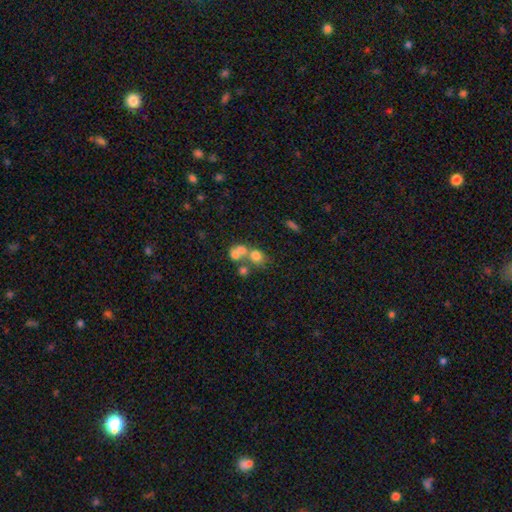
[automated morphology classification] Smooth or featured? smooth (63%)
How rounded? round (68%)
Merging? merger (50%)